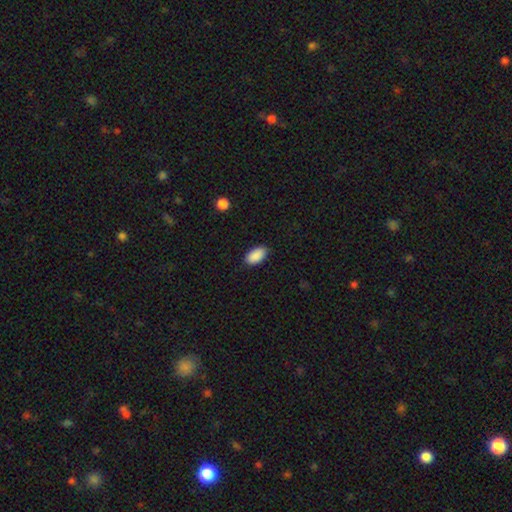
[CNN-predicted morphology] Smooth or featured?
  - smooth: 90% *
  - star or artifact: 7%
  - featured or disk: 3%
How rounded?
  - in between: 95% *
  - round: 3%
  - cigar-shaped: 2%
Merging?
  - none: 86% *
  - minor disturbance: 11%
  - major disturbance: 2%
  - merger: 1%